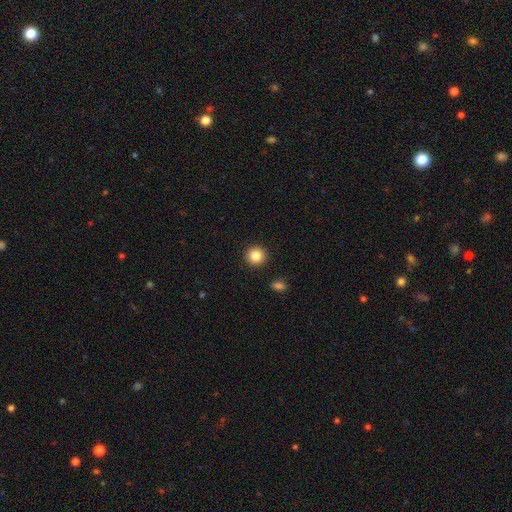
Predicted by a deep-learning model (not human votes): The model was most divided on "smooth or featured": smooth: 85%, star or artifact: 10%, featured or disk: 5%. More confident: how rounded — round (94%); merging — none (92%).